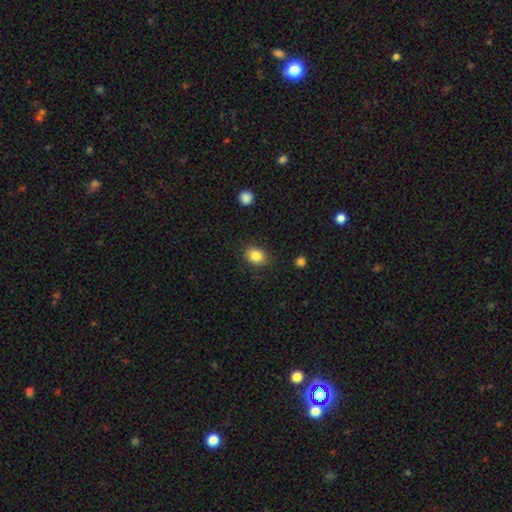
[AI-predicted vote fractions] The model was most divided on "how rounded": in between: 58%, round: 41%, cigar-shaped: 1%. More confident: merging — none (86%); smooth or featured — smooth (85%).